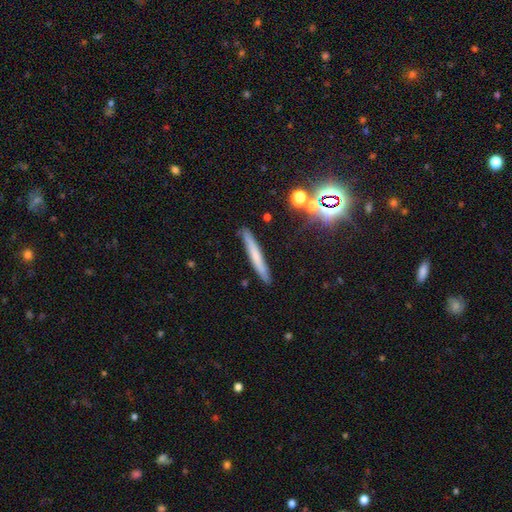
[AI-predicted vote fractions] A smooth galaxy with no disk features (56%) that is cigar-shaped (95%).

Vote fractions:
- Smooth or featured? smooth: 56% / featured or disk: 31% / star or artifact: 12%
- How rounded? cigar-shaped: 95% / in between: 3% / round: 2%
- Merging? none: 88% / minor disturbance: 9% / major disturbance: 2% / merger: 2%